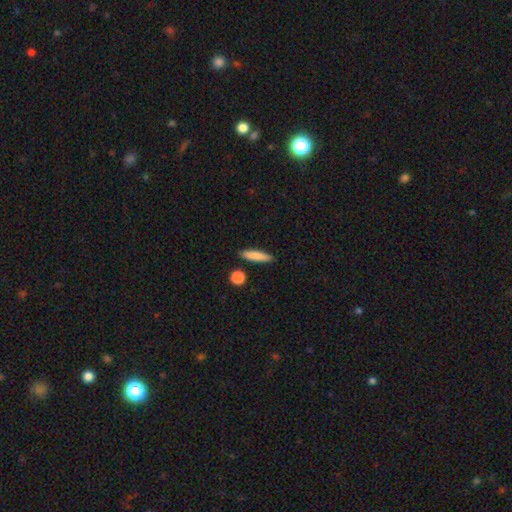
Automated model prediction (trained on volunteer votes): Q: Smooth or featured?
A: smooth (83%); runner-up: featured or disk (10%)
Q: How rounded?
A: cigar-shaped (77%); runner-up: in between (21%)
Q: Merging?
A: none (88%); runner-up: minor disturbance (7%)